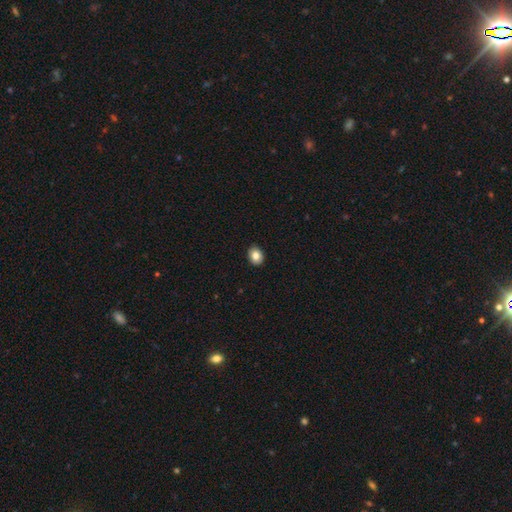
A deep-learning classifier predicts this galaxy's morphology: type=smooth (82%); roundness=round (50%); merging=none (91%).